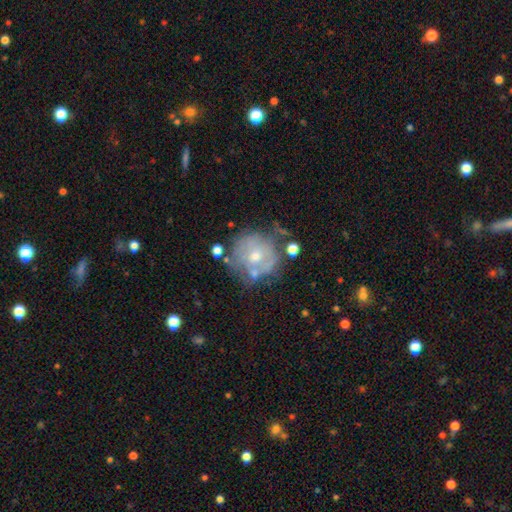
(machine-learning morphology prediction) A featured or disk galaxy (57%) with no bar (81%), no spiral arms (58%) and a moderate central bulge (58%).

Vote fractions:
- Smooth or featured? featured or disk: 57% / smooth: 34% / star or artifact: 9%
- Edge-on disk? no: 97% / yes: 3%
- Bar? no: 81% / weak: 16% / strong: 4%
- Spiral arms? no: 58% / yes: 42%
- Bulge size? moderate: 58% / small: 36% / large: 3% / none: 2% / dominant: 1%
- Merging? none: 50% / minor disturbance: 25% / major disturbance: 15% / merger: 10%